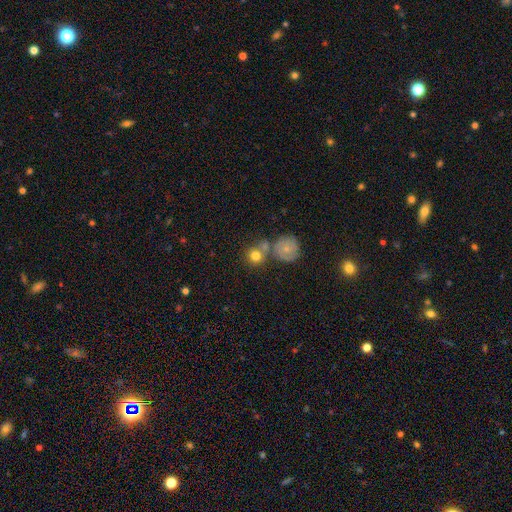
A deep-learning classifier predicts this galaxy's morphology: Smooth or featured?
  - smooth: 76% *
  - featured or disk: 13%
  - star or artifact: 10%
How rounded?
  - round: 90% *
  - in between: 9%
  - cigar-shaped: 1%
Merging?
  - none: 58% *
  - merger: 29%
  - minor disturbance: 9%
  - major disturbance: 4%